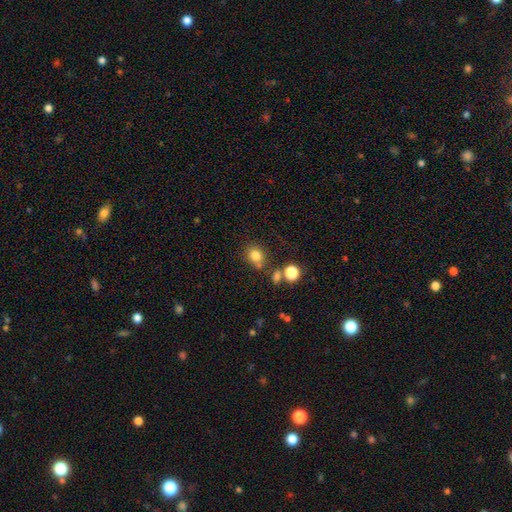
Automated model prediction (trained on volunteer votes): smooth 79%, star or artifact 13%, featured or disk 7%. Down the decision tree: how rounded — round (64%); merging — none (64%).